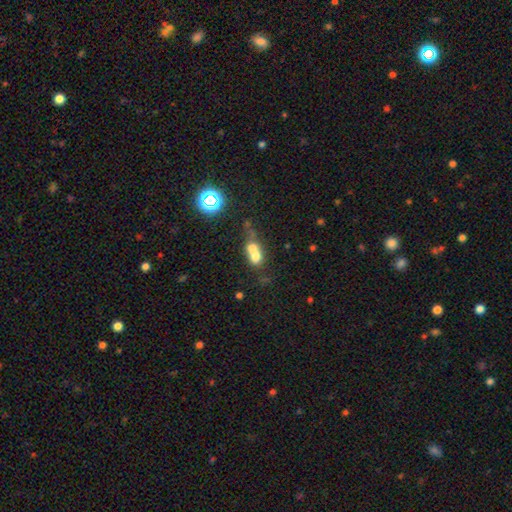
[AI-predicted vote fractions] A smooth galaxy with no disk features (58%) that is in between round and cigar-shaped (58%). Merging: merger (57%).